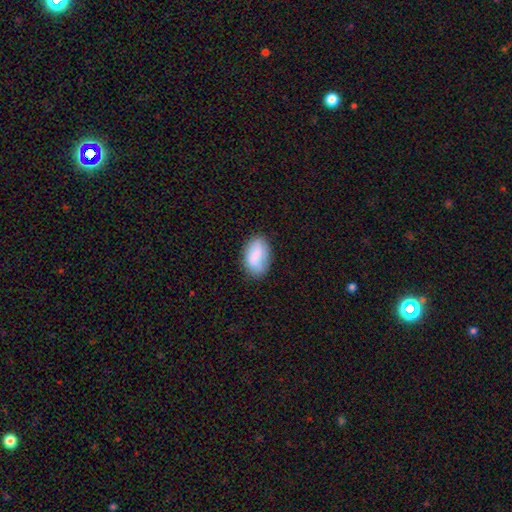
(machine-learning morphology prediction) smooth-or-featured: smooth: 80% | featured or disk: 13% | star or artifact: 7%
  how-rounded: in between: 91% | round: 7% | cigar-shaped: 2%
  merging: none: 73% | minor disturbance: 20% | major disturbance: 5% | merger: 2%